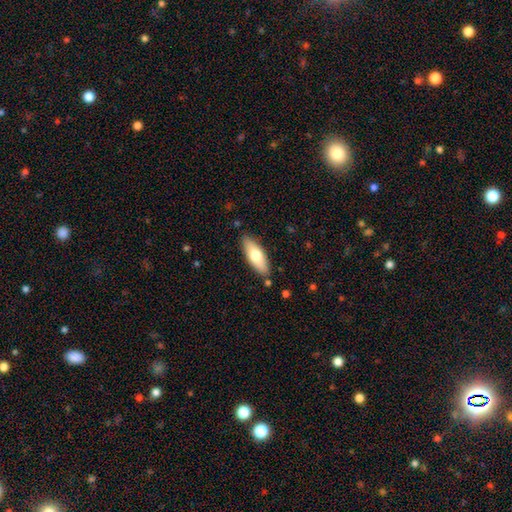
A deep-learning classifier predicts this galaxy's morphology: smooth 68%, featured or disk 26%, star or artifact 5%. Down the decision tree: how rounded — in between (66%); merging — none (86%).